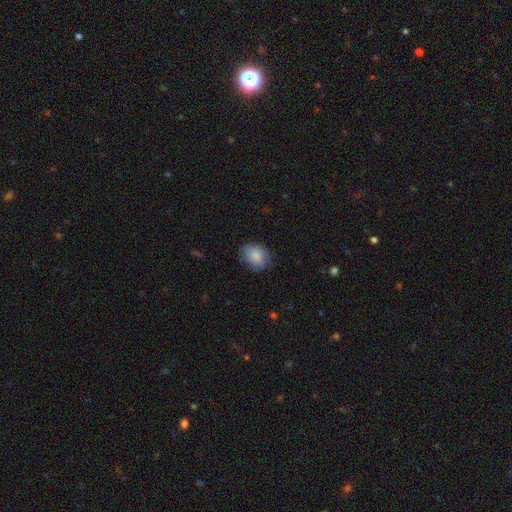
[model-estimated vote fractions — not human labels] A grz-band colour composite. It shows a smooth galaxy with no disk features (84%) that is in between round and cigar-shaped (62%). Merging: none (74%).